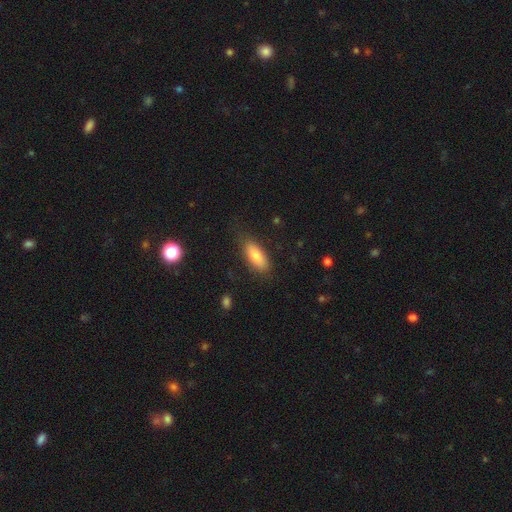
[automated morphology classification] This appears to be a smooth galaxy with no disk features (79%) that is in between round and cigar-shaped (77%). Merging: none (78%).